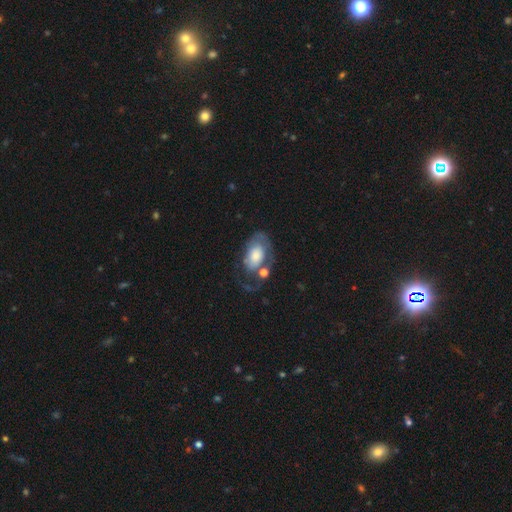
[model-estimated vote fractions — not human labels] A featured or disk galaxy (48%).

Vote fractions:
- Smooth or featured? featured or disk: 48% / smooth: 45% / star or artifact: 7%
- Merging? major disturbance: 35% / none: 31% / minor disturbance: 22% / merger: 12%